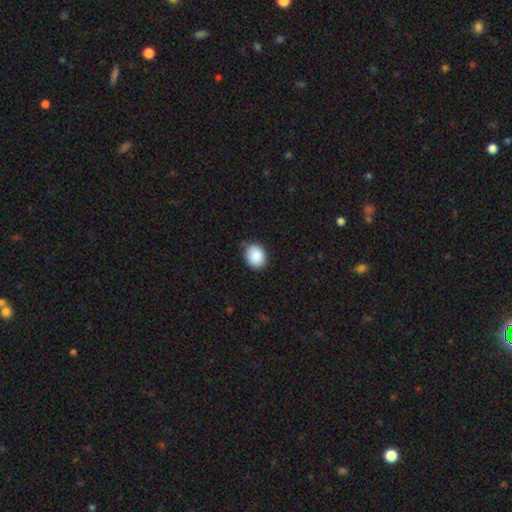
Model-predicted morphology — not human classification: Q: Smooth or featured?
A: smooth (88%); runner-up: star or artifact (7%)
Q: How rounded?
A: in between (51%); runner-up: round (49%)
Q: Merging?
A: none (79%); runner-up: minor disturbance (17%)